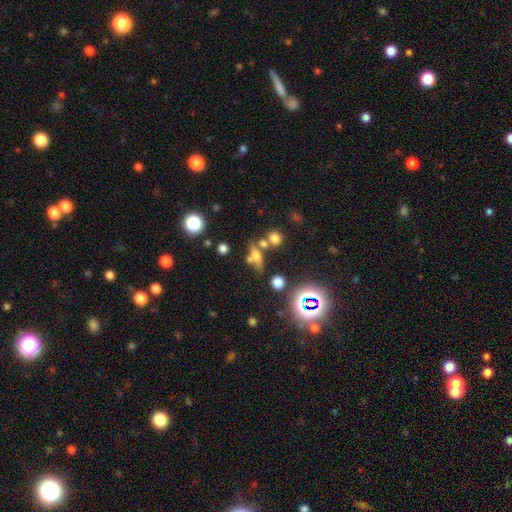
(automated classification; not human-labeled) Smooth or featured?
  - smooth: 45% *
  - featured or disk: 30%
  - star or artifact: 25%
Merging?
  - none: 54% *
  - merger: 24%
  - minor disturbance: 14%
  - major disturbance: 8%